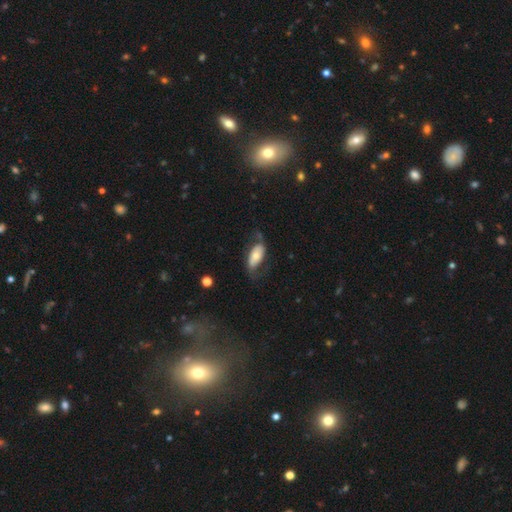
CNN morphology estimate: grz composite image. It shows a smooth galaxy with no disk features (56%) that is in between round and cigar-shaped (87%). Merging: none (51%).